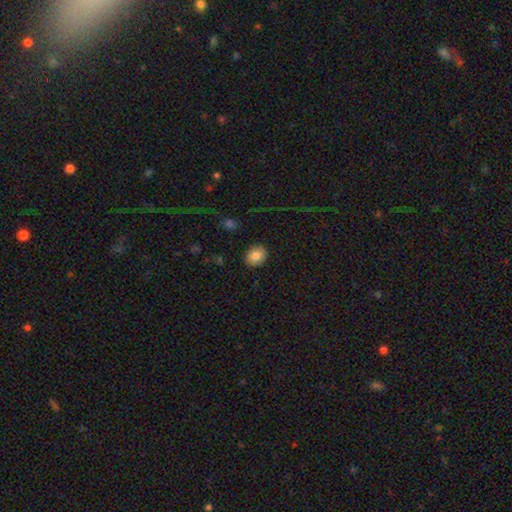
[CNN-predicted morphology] Smooth or featured? smooth (84%)
How rounded? round (60%)
Merging? none (90%)